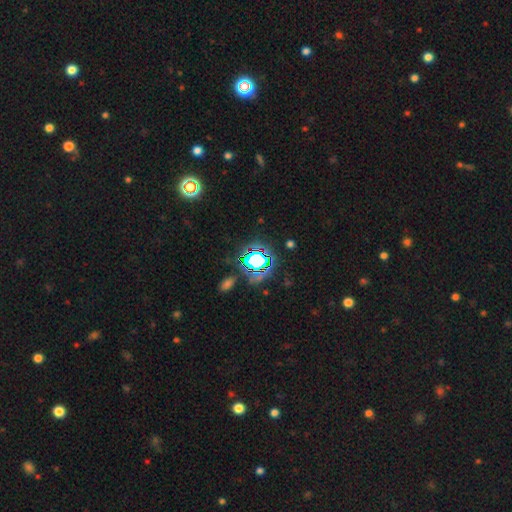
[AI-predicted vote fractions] Smooth or featured: star or artifact — 67% (smooth — 21%)